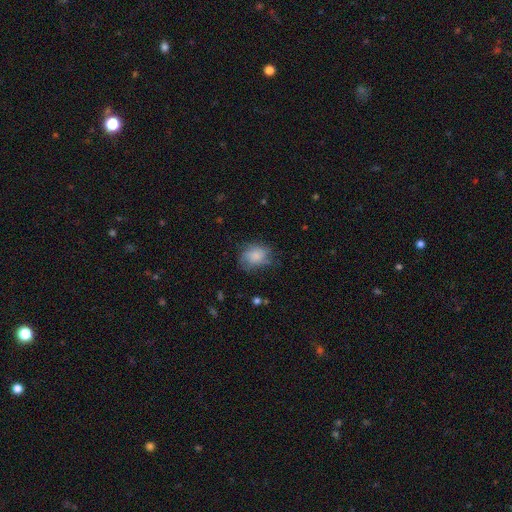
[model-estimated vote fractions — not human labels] This is likely a smooth galaxy (67%). How rounded: possibly in between (54%). Merging: possibly none (57%).